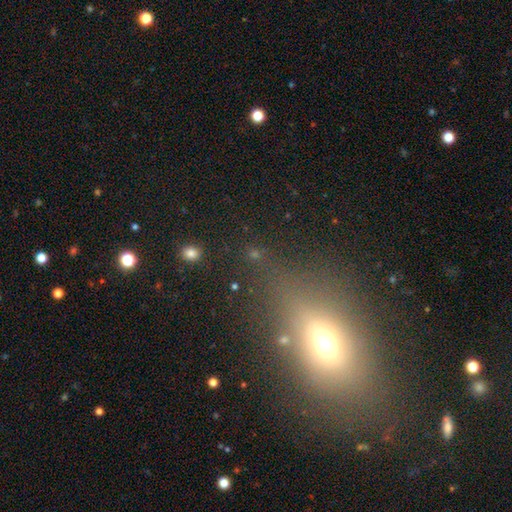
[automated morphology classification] The model was most divided on "smooth or featured": smooth: 46%, star or artifact: 39%, featured or disk: 15%. More confident: merging — none (70%).